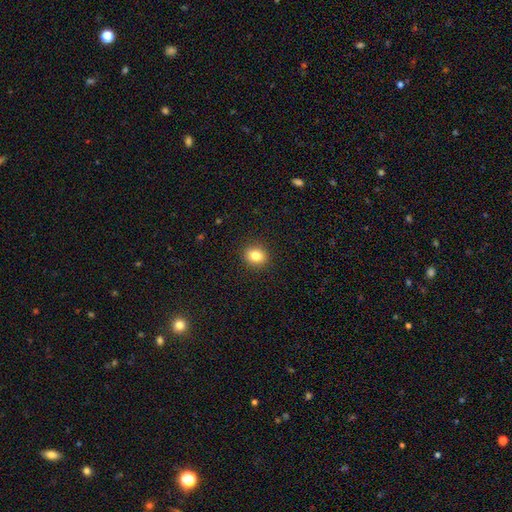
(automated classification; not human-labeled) This is clearly a smooth galaxy (83%). How rounded: likely round (62%). Merging: clearly none (91%).